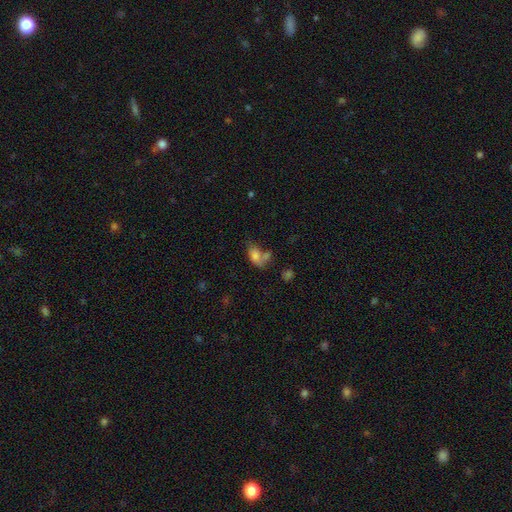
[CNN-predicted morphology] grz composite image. It shows a smooth galaxy with no disk features (71%) that is in between round and cigar-shaped (87%). Merging: merger (38%).